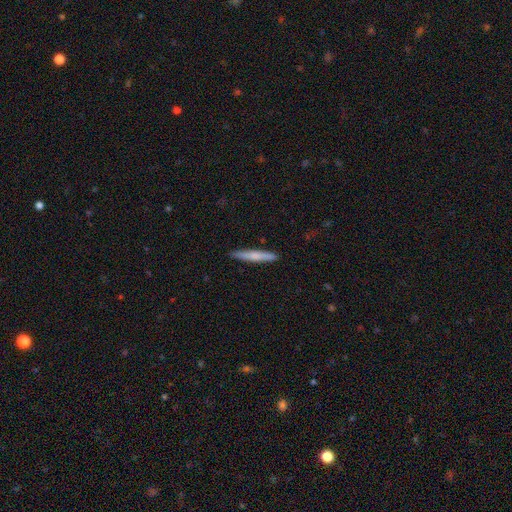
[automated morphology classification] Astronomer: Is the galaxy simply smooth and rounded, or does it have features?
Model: smooth — 68%.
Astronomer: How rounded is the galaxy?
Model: cigar-shaped — 95%.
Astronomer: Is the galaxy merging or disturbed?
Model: none — 90%.